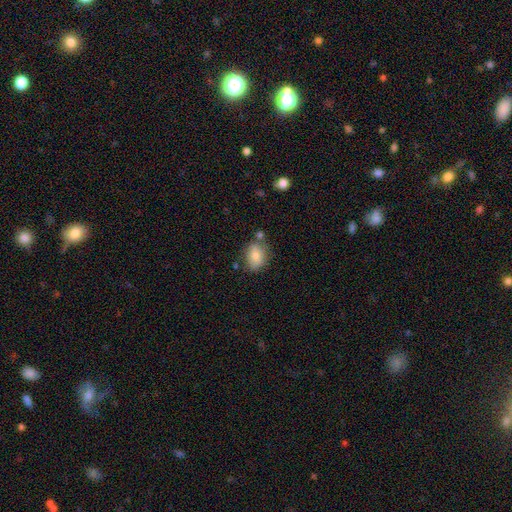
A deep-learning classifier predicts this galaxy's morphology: Smooth or featured: smooth — 78% (featured or disk — 14%)
How rounded: in between — 75% (round — 24%)
Merging: none — 67% (minor disturbance — 19%)